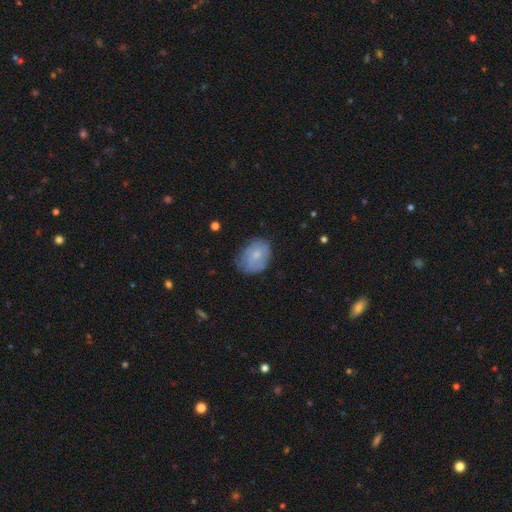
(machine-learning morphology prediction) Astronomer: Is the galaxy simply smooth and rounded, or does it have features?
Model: smooth — 65%.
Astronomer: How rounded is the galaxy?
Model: in between — 70%.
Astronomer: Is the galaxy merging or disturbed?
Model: none — 61%.